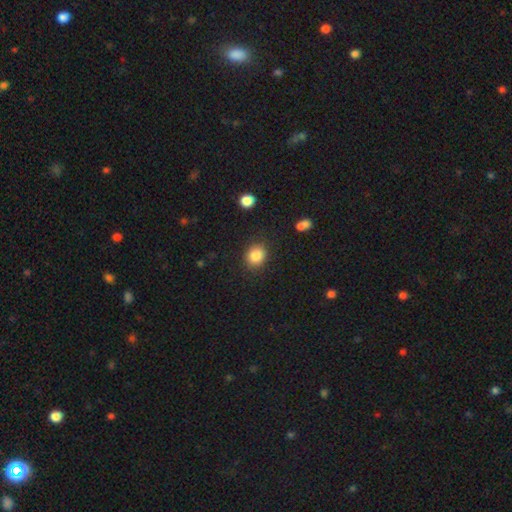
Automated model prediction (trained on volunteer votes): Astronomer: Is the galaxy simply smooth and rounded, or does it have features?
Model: smooth — 86%.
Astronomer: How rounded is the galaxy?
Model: round — 69%.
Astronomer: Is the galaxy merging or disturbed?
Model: none — 86%.